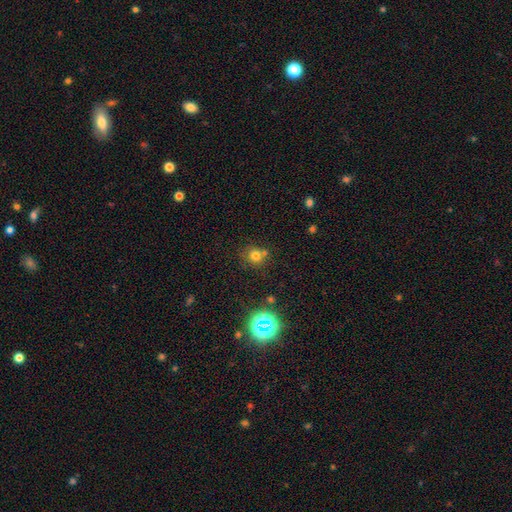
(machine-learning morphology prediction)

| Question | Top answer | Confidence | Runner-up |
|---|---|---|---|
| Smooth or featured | smooth | 70% | star or artifact (21%) |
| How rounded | round | 87% | in between (12%) |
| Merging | none | 65% | merger (22%) |